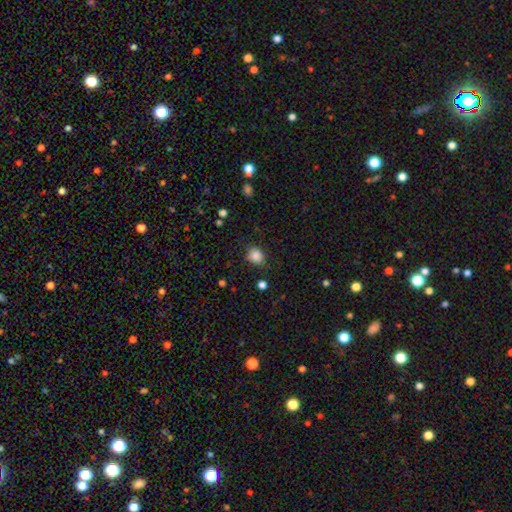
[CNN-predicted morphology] smooth-or-featured: smooth: 86% | star or artifact: 10% | featured or disk: 4%
  how-rounded: round: 55% | in between: 44% | cigar-shaped: 1%
  merging: none: 76% | minor disturbance: 18% | major disturbance: 5% | merger: 2%